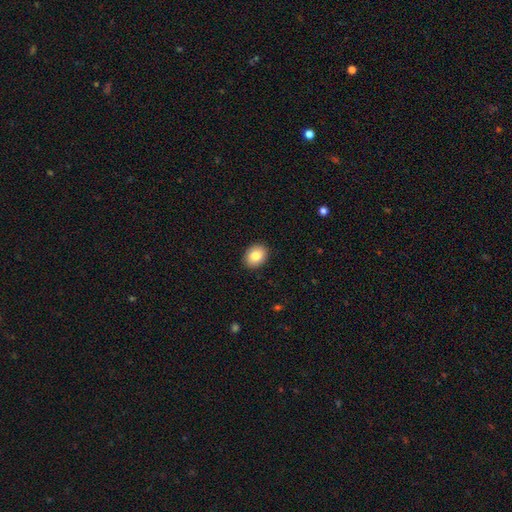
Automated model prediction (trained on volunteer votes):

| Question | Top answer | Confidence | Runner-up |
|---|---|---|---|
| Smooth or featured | smooth | 84% | featured or disk (8%) |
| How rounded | in between | 59% | round (40%) |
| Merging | none | 90% | minor disturbance (7%) |